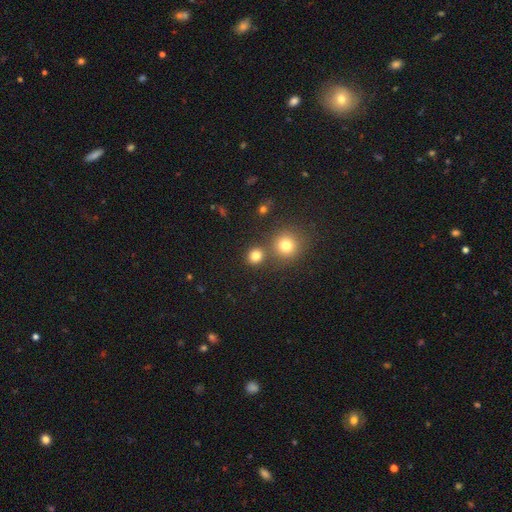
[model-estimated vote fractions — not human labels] smooth-or-featured: smooth: 80% | star or artifact: 14% | featured or disk: 5%
  how-rounded: round: 87% | in between: 12% | cigar-shaped: 1%
  merging: none: 77% | merger: 14% | minor disturbance: 7% | major disturbance: 3%